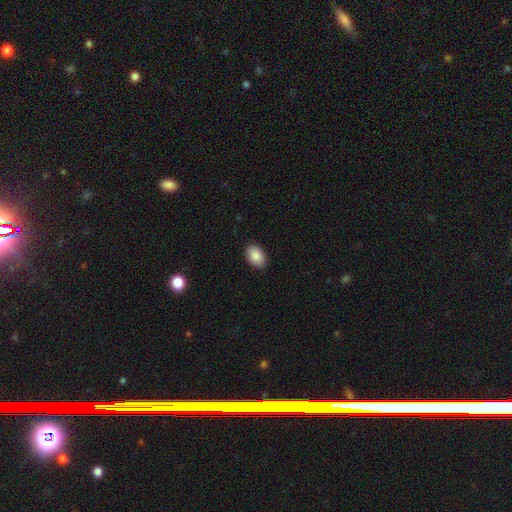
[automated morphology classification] A smooth galaxy with no disk features (89%) that is in between round and cigar-shaped (87%). Merging: none (89%).